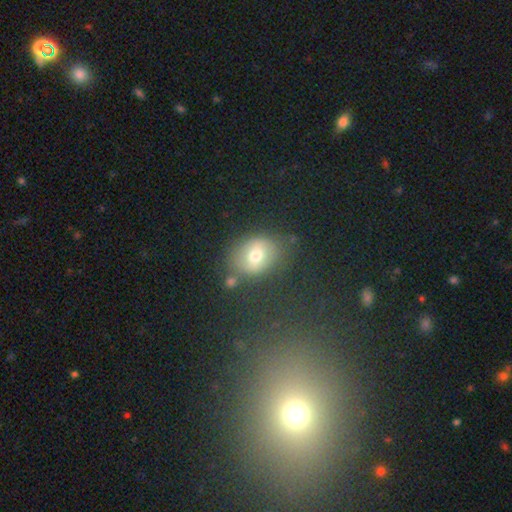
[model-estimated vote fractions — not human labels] Smooth or featured? smooth (65%)
How rounded? in between (62%)
Merging? none (73%)